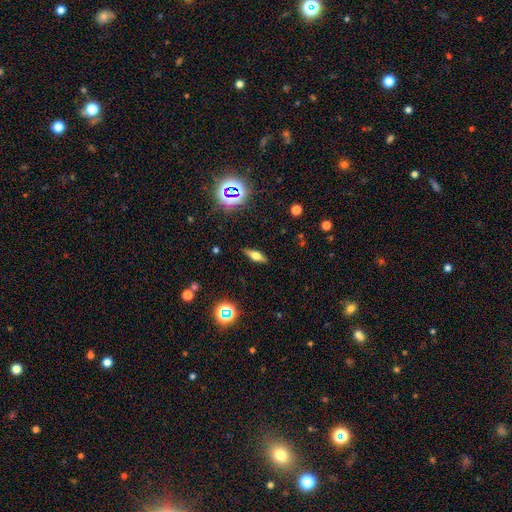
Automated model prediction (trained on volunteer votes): Overall: featured or disk (44%; smooth 42%). Merging: none (87%).